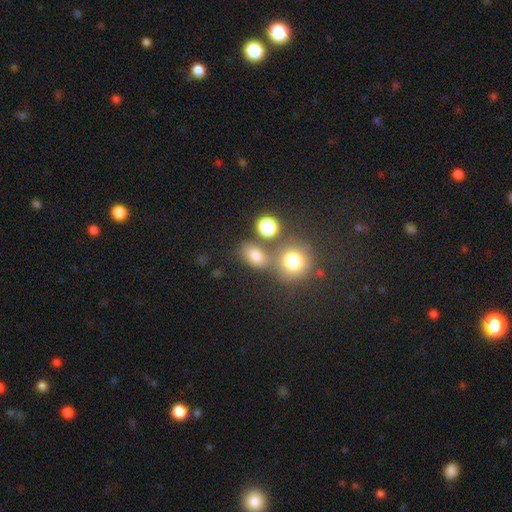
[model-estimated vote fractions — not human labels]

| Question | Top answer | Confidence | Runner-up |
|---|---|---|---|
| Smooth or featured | smooth | 72% | star or artifact (17%) |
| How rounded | in between | 55% | round (42%) |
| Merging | none | 57% | merger (26%) |